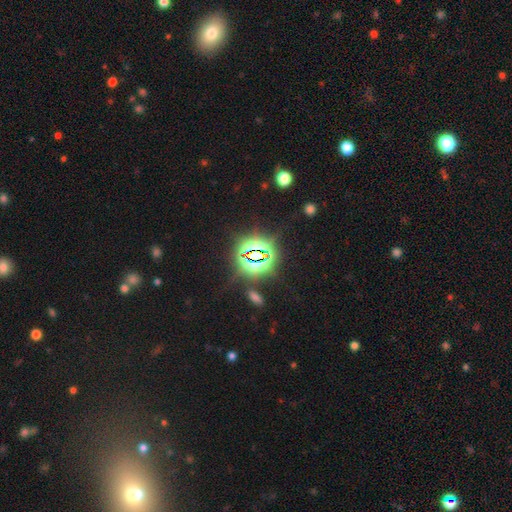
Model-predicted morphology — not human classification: Overall: star or artifact (80%).